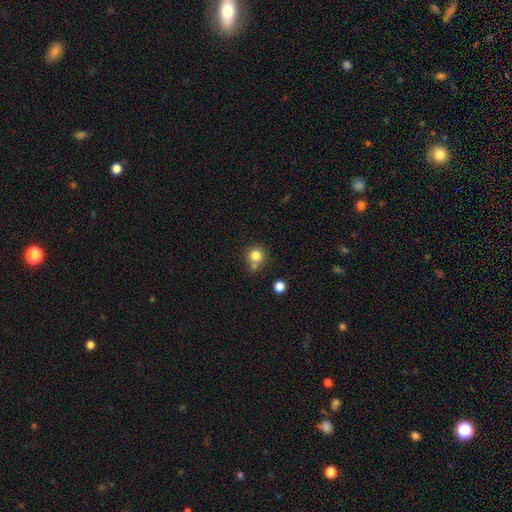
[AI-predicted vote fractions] This is clearly a smooth galaxy (80%). How rounded: clearly round (92%). Merging: likely none (63%).